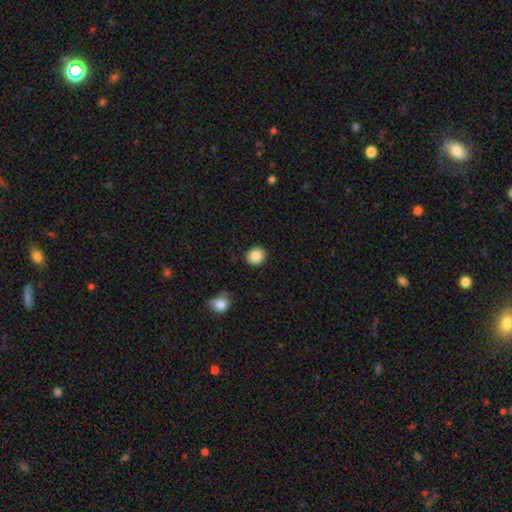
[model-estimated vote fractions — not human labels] Smooth or featured?
  - smooth: 86% *
  - star or artifact: 9%
  - featured or disk: 5%
How rounded?
  - round: 84% *
  - in between: 15%
  - cigar-shaped: 1%
Merging?
  - none: 89% *
  - minor disturbance: 7%
  - major disturbance: 2%
  - merger: 2%